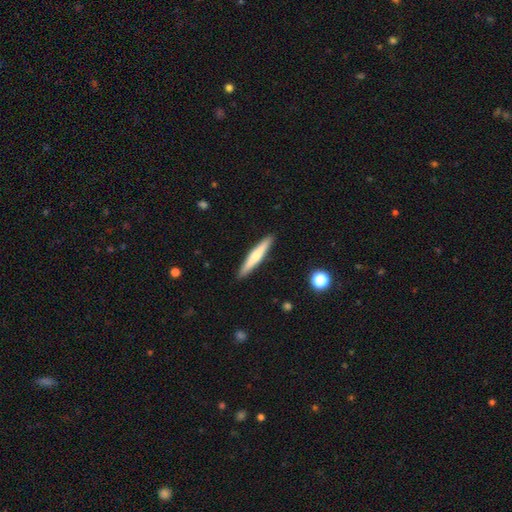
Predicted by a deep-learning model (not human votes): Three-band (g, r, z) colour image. It shows a smooth galaxy with no disk features (54%) that is cigar-shaped (93%). Merging: none (91%).